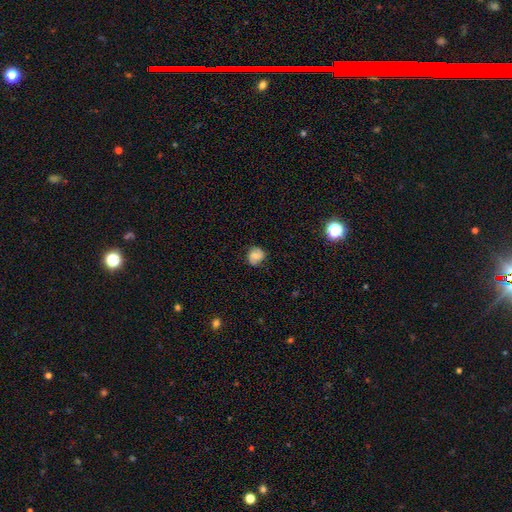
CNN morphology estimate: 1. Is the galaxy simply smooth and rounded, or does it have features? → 54% smooth, 36% featured or disk, 10% star or artifact.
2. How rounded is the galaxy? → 78% round, 21% in between, 1% cigar-shaped.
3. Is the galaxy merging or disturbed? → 76% none, 18% minor disturbance, 5% major disturbance, 1% merger.